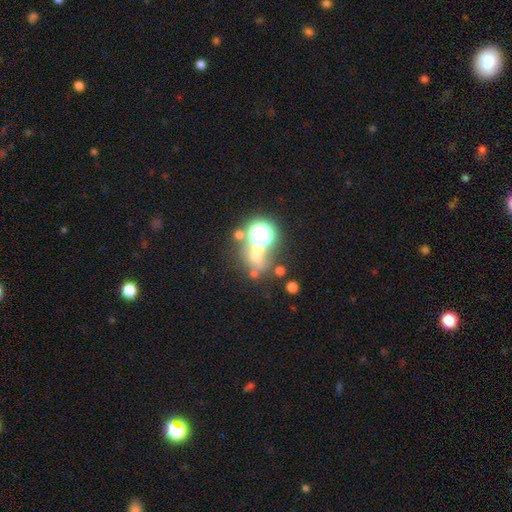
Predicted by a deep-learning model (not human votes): Smooth or featured? star or artifact (56%)